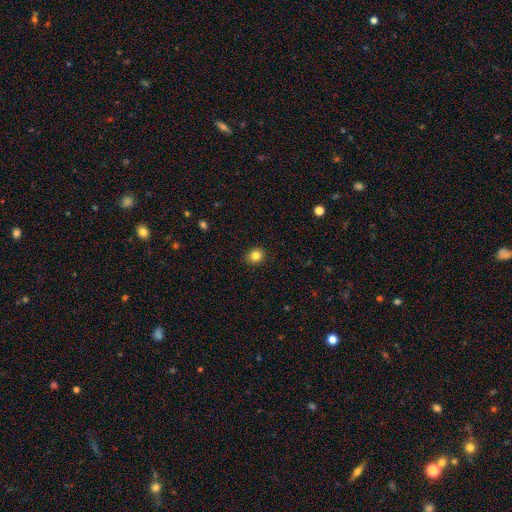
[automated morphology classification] A smooth galaxy with no disk features (82%) that is round (76%).

Vote fractions:
- Smooth or featured? smooth: 82% / star or artifact: 11% / featured or disk: 6%
- How rounded? round: 76% / in between: 23% / cigar-shaped: 1%
- Merging? none: 91% / minor disturbance: 7% / major disturbance: 2% / merger: 1%